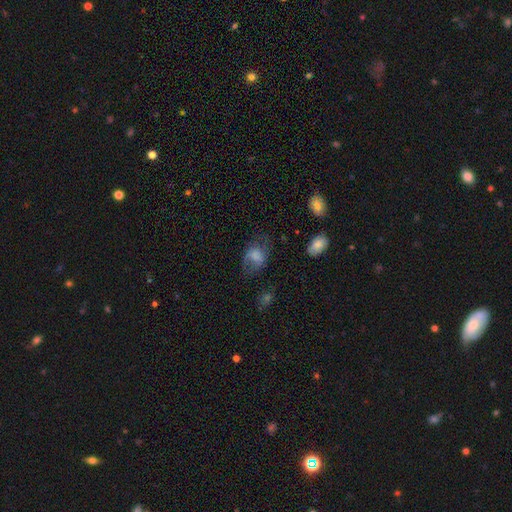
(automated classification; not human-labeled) Morphology: type=smooth (64%); roundness=in between (64%); merging=none (45%).